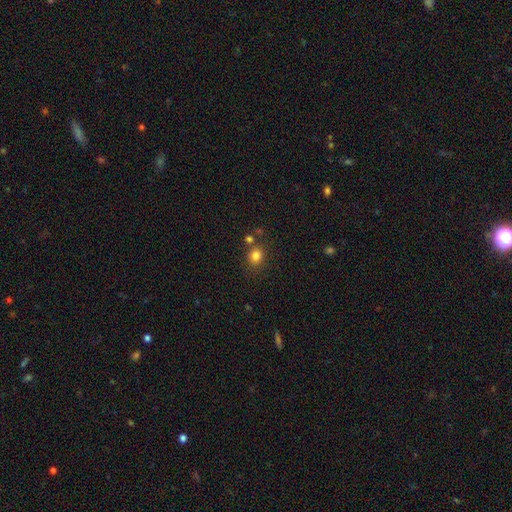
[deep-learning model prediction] smooth-or-featured: smooth: 82% | star or artifact: 13% | featured or disk: 6%
  how-rounded: round: 73% | in between: 26% | cigar-shaped: 1%
  merging: none: 74% | minor disturbance: 11% | merger: 11% | major disturbance: 4%